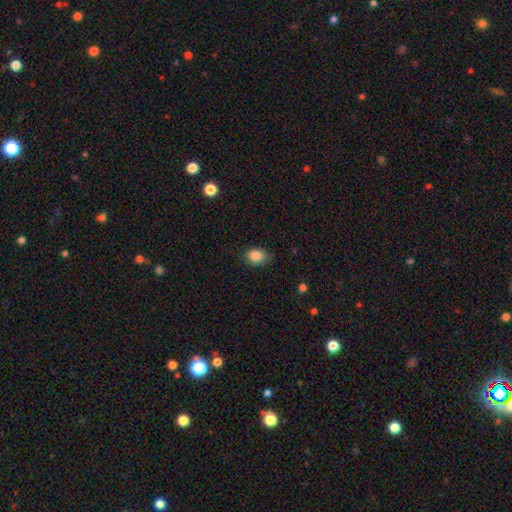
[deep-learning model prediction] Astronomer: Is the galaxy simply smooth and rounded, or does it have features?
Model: smooth — 86%.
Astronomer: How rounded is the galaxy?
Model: in between — 61% (runner-up: round, 38%).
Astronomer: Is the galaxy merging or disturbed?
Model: none — 74%.